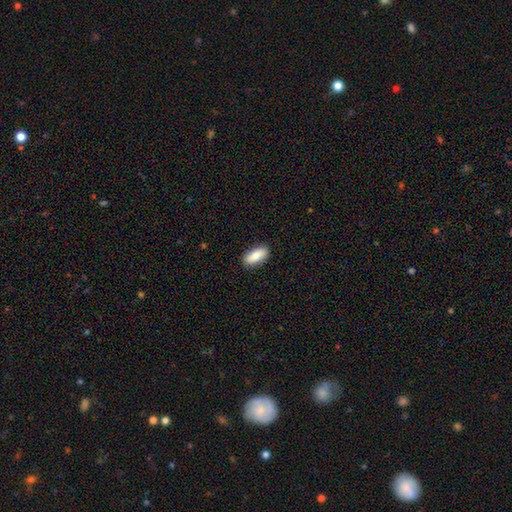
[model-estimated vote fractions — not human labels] Smooth or featured?
  - smooth: 83% *
  - featured or disk: 11%
  - star or artifact: 6%
How rounded?
  - in between: 85% *
  - cigar-shaped: 13%
  - round: 2%
Merging?
  - none: 89% *
  - minor disturbance: 8%
  - major disturbance: 2%
  - merger: 1%